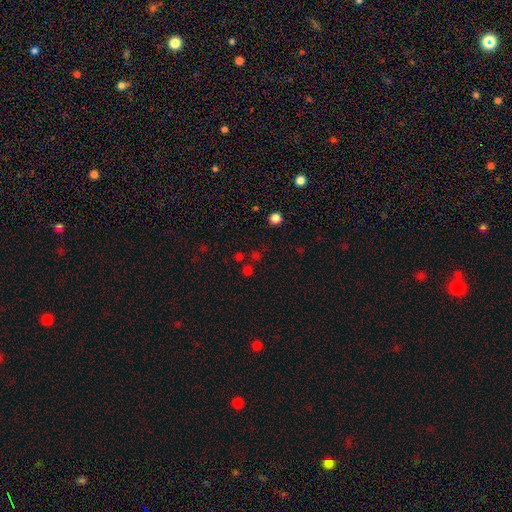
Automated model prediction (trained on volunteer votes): Smooth or featured: smooth — 46% (star or artifact — 45%)
Merging: none — 67% (merger — 19%)